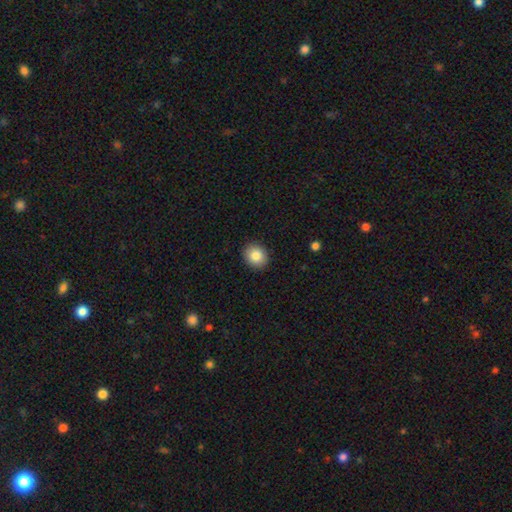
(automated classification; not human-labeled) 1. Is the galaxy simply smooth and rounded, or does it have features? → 85% smooth, 9% star or artifact, 7% featured or disk.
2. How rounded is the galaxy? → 68% round, 31% in between, 1% cigar-shaped.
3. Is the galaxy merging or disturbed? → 91% none, 7% minor disturbance, 2% major disturbance, 1% merger.